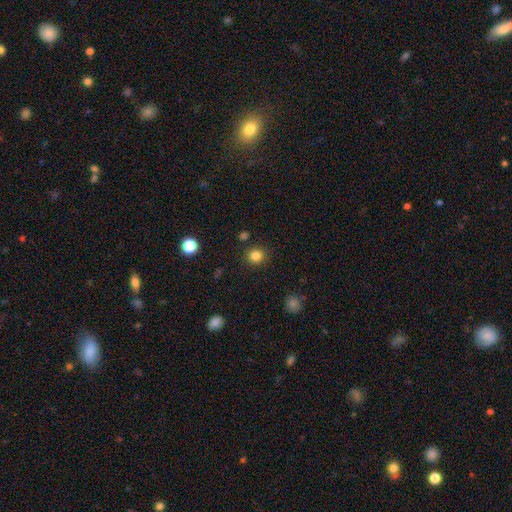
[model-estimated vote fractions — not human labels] smooth-or-featured: smooth: 83% | star or artifact: 12% | featured or disk: 5%
  how-rounded: round: 90% | in between: 10% | cigar-shaped: 1%
  merging: none: 88% | minor disturbance: 7% | major disturbance: 2% | merger: 2%